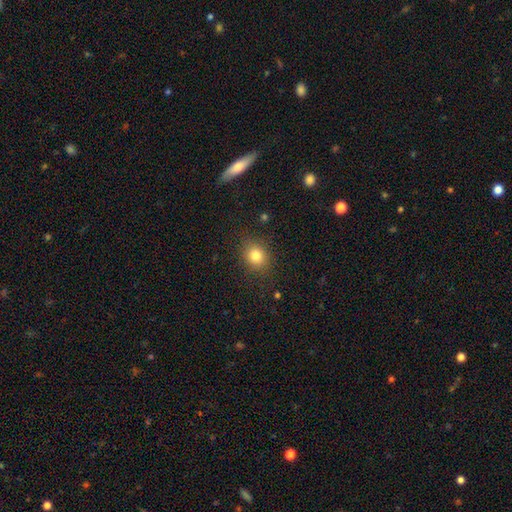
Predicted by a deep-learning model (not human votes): Q: Smooth or featured?
A: smooth (81%); runner-up: star or artifact (12%)
Q: How rounded?
A: round (64%); runner-up: in between (35%)
Q: Merging?
A: none (85%); runner-up: minor disturbance (10%)